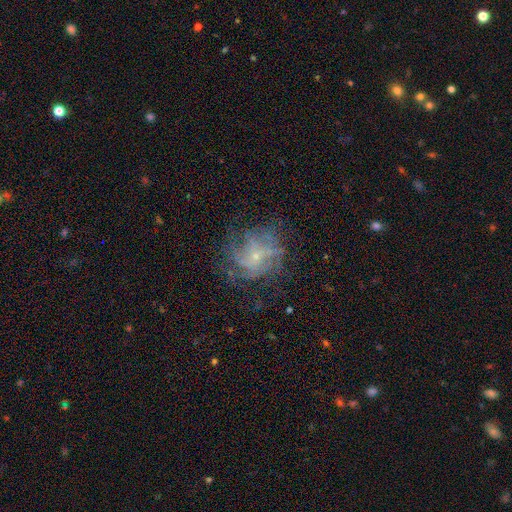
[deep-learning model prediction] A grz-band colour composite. It shows a featured or disk galaxy (68%) with no bar (71%), tight (39%) spiral arms (79%) and a small central bulge (75%). Merging: none (67%).